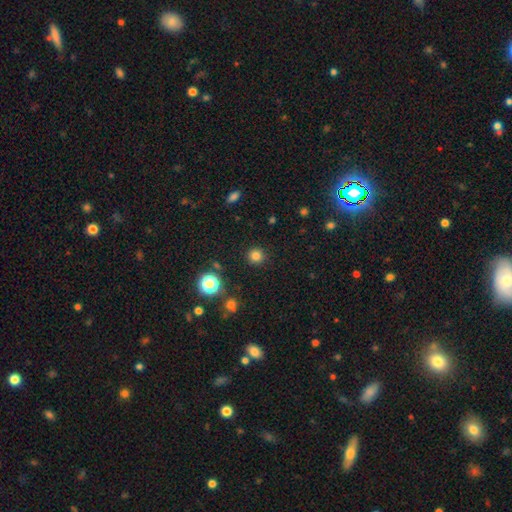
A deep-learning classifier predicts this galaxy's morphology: A smooth galaxy with no disk features (81%) that is round (94%).

Vote fractions:
- Smooth or featured? smooth: 81% / star or artifact: 15% / featured or disk: 4%
- How rounded? round: 94% / in between: 5% / cigar-shaped: 1%
- Merging? none: 91% / minor disturbance: 5% / major disturbance: 2% / merger: 1%